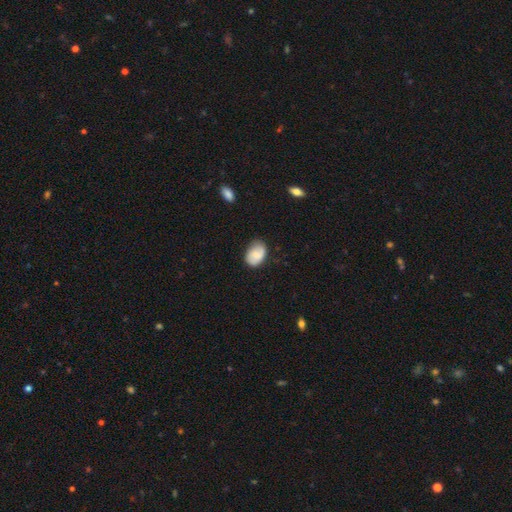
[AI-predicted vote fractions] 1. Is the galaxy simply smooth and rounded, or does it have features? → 67% smooth, 25% featured or disk, 7% star or artifact.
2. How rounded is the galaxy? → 78% in between, 21% round, 1% cigar-shaped.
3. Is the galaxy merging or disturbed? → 68% none, 25% minor disturbance, 5% major disturbance, 1% merger.